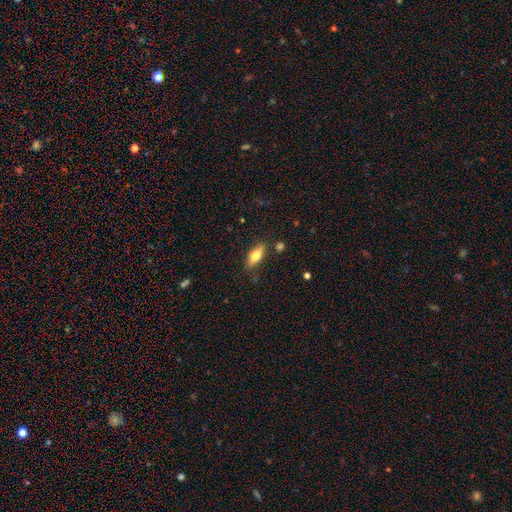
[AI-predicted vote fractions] Morphology: type=smooth (66%); roundness=in between (71%); merging=none (77%).